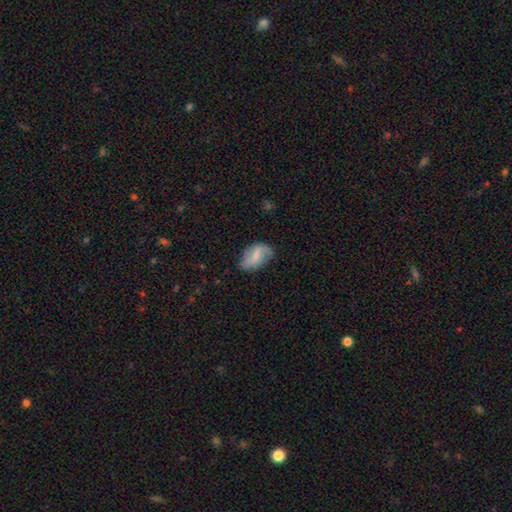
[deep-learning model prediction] Smooth or featured: featured or disk — 50% (smooth — 43%)
Merging: none — 71% (minor disturbance — 22%)